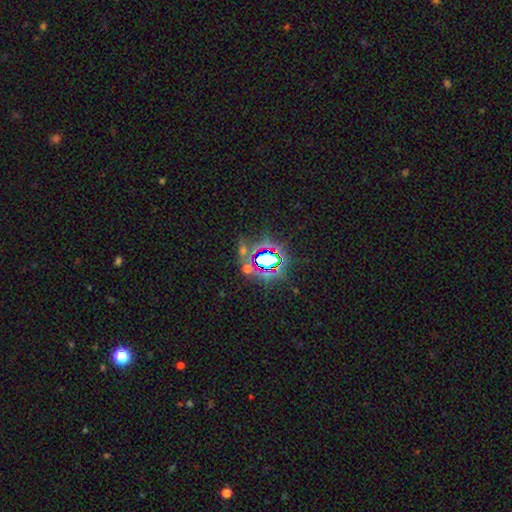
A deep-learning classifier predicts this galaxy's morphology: A star or artifact, not a galaxy (79%).